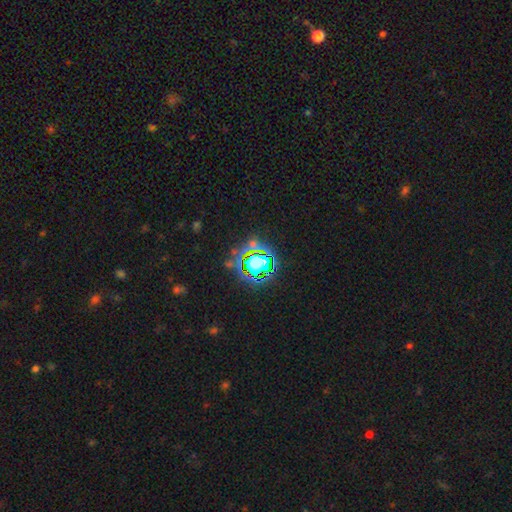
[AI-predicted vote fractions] Smooth or featured? Predicted: star or artifact (p=0.77).